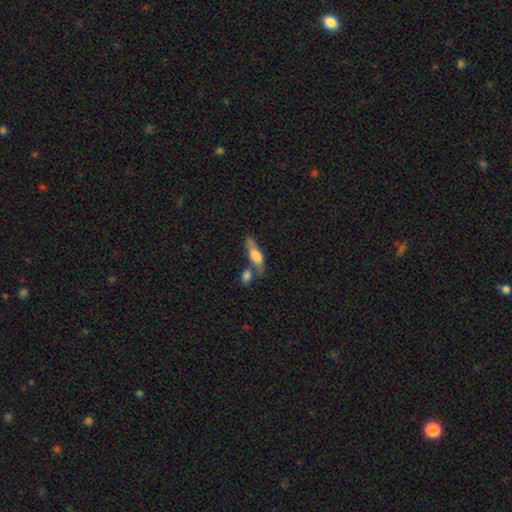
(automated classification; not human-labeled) Smooth or featured? Predicted: smooth (p=0.54). How rounded? Predicted: in between (p=0.48). Merging? Predicted: none (p=0.53).